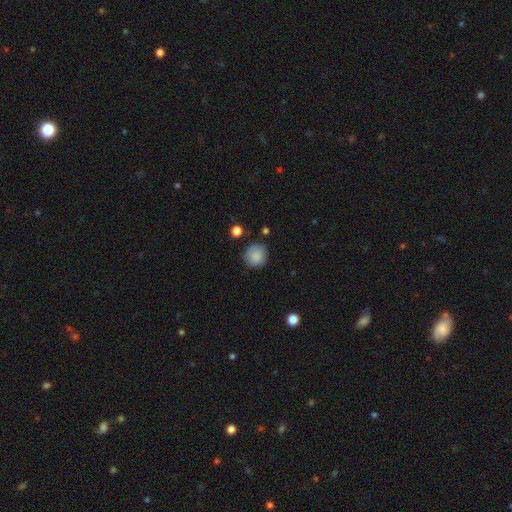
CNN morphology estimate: A smooth galaxy with no disk features (86%) that is round (88%). Merging: none (80%).